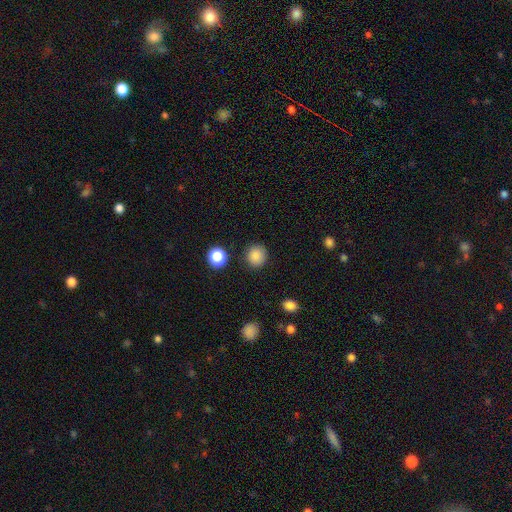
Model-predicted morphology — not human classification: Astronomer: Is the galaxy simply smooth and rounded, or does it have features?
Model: smooth — 86%.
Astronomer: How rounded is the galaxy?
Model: round — 90%.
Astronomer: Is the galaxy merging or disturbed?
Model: none — 89%.